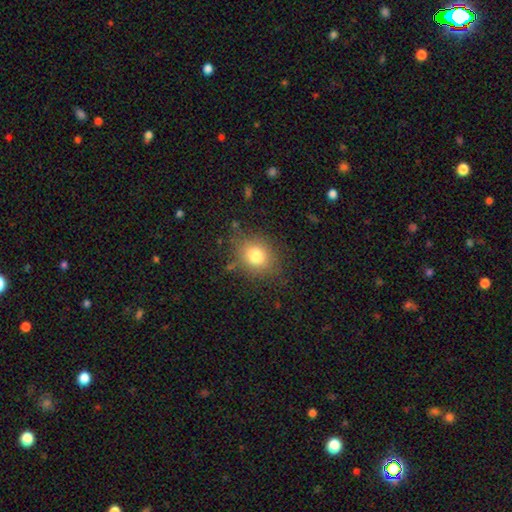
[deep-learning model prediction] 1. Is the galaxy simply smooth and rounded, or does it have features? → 79% smooth, 12% star or artifact, 9% featured or disk.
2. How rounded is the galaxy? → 63% round, 36% in between, 1% cigar-shaped.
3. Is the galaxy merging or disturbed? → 79% none, 14% minor disturbance, 5% major disturbance, 2% merger.